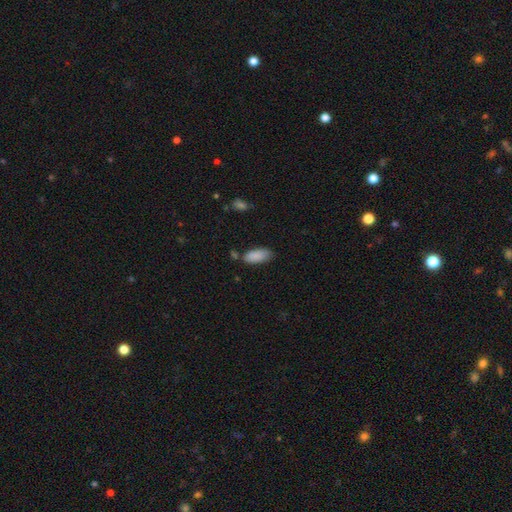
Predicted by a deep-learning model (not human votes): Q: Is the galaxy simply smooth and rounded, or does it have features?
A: smooth — 88%.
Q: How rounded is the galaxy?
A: in between — 87%.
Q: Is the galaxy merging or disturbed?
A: none — 67%.